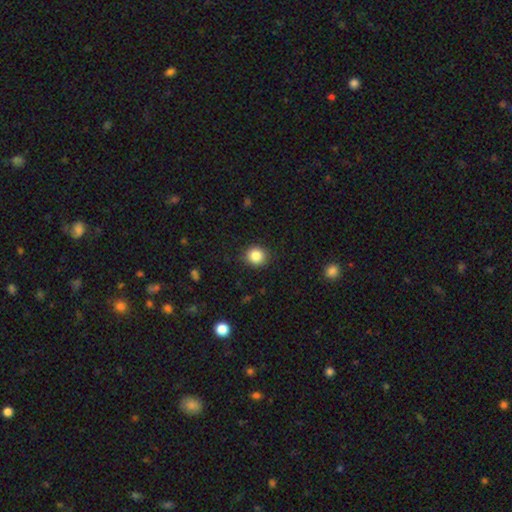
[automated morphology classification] This is clearly a smooth galaxy (86%). How rounded: clearly round (89%). Merging: clearly none (90%).